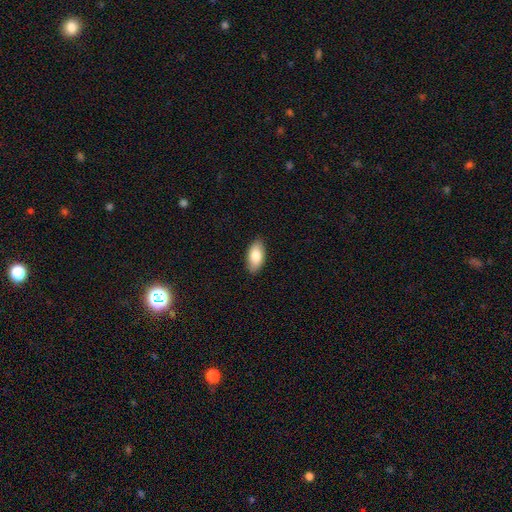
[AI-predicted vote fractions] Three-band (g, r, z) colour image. It shows a smooth galaxy with no disk features (82%) that is in between round and cigar-shaped (92%). Merging: none (88%).